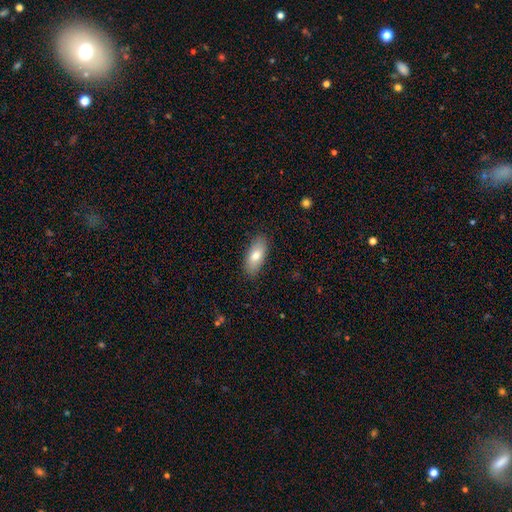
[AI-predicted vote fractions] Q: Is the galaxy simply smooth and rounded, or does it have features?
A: smooth — 78%.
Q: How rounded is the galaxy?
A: in between — 84%.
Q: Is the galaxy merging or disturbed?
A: none — 87%.